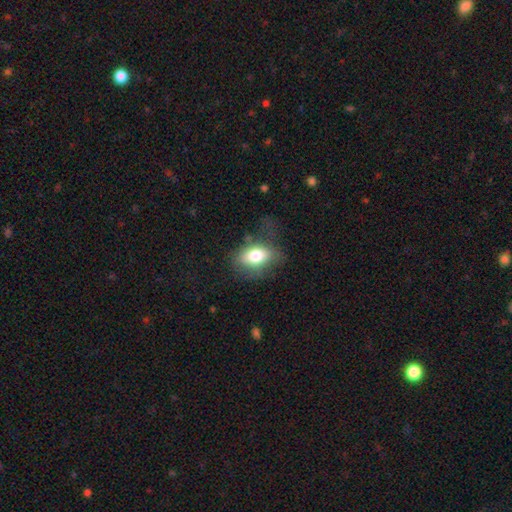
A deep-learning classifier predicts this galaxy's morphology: A smooth galaxy with no disk features (74%) that is in between round and cigar-shaped (83%). Merging: none (53%).